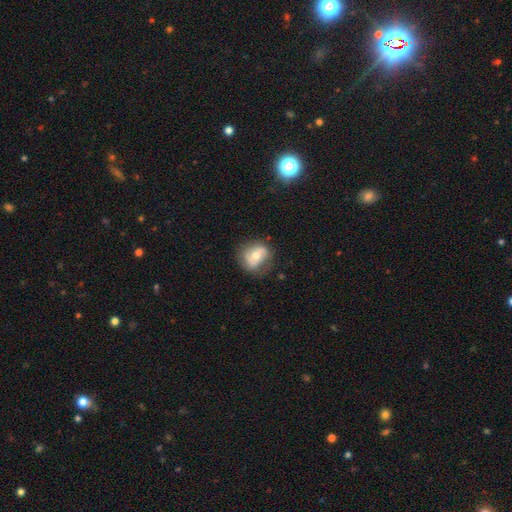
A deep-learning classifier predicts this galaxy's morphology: A smooth galaxy with no disk features (50%). Merging: none (67%).